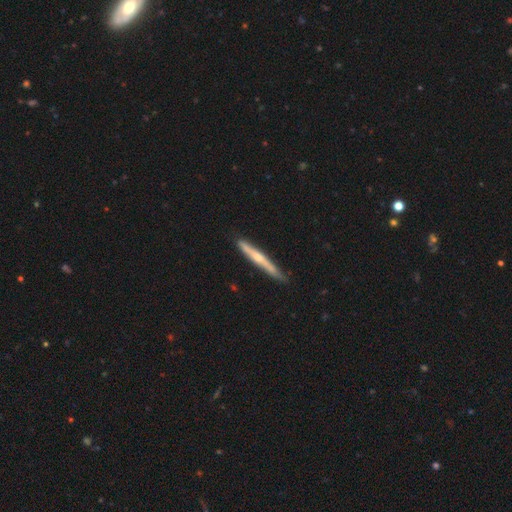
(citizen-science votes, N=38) Overall: featured or disk (58%; smooth 37%). Edge-on disk: yes (95%). Edge-on bulge: none (52%; rounded 48%). Merging: none (75%).